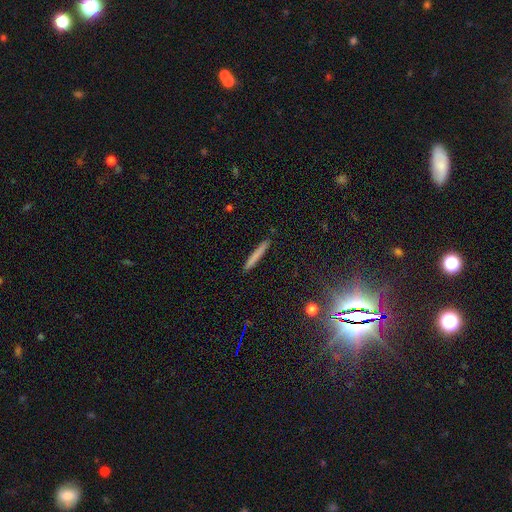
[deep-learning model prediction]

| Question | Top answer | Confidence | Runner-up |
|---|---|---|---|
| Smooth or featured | smooth | 72% | featured or disk (19%) |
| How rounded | cigar-shaped | 96% | in between (2%) |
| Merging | none | 91% | minor disturbance (6%) |